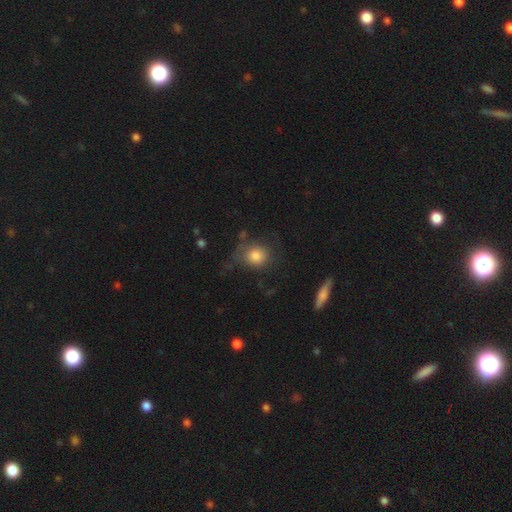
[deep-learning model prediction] Smooth or featured? smooth (78%)
How rounded? round (78%)
Merging? none (57%)